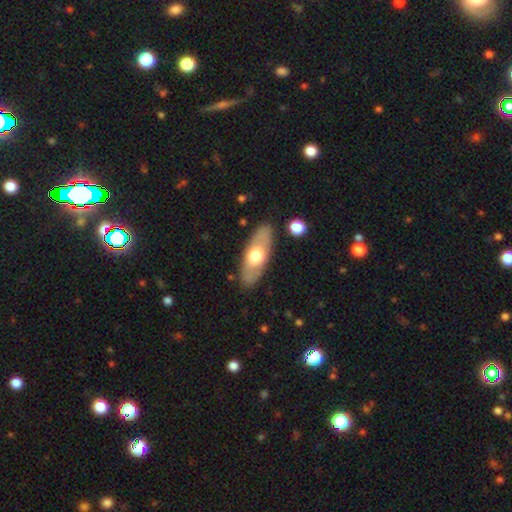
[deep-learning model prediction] Overall: smooth (52%; featured or disk 42%). How rounded: in between (74%). Merging: none (84%).